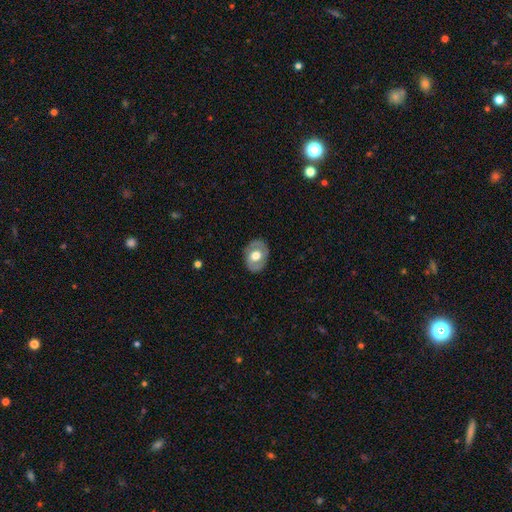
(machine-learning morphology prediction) Smooth or featured? Predicted: smooth (p=0.48). Merging? Predicted: none (p=0.81).